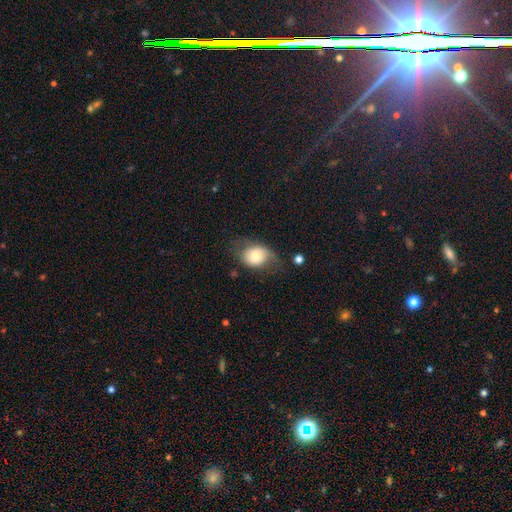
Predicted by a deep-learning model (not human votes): Smooth or featured? Predicted: smooth (p=0.66). How rounded? Predicted: in between (p=0.58). Merging? Predicted: none (p=0.48).